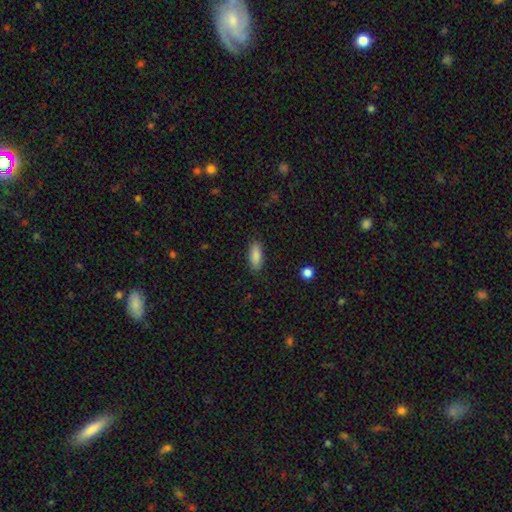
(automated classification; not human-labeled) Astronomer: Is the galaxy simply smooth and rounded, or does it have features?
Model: smooth — 88%.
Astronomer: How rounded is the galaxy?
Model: in between — 78%.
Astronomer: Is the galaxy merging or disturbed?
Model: none — 87%.